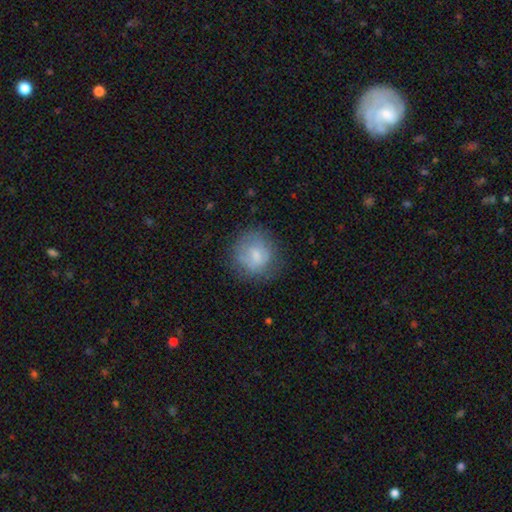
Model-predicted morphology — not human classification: smooth-or-featured: smooth: 68% | featured or disk: 24% | star or artifact: 8%
  how-rounded: round: 87% | in between: 12% | cigar-shaped: 1%
  merging: none: 70% | minor disturbance: 19% | major disturbance: 9% | merger: 1%